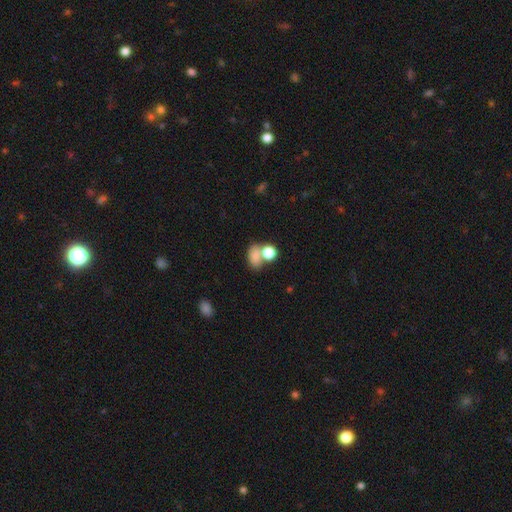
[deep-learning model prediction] This is likely a smooth galaxy (78%). How rounded: likely in between (66%). Merging: marginally none (40%).